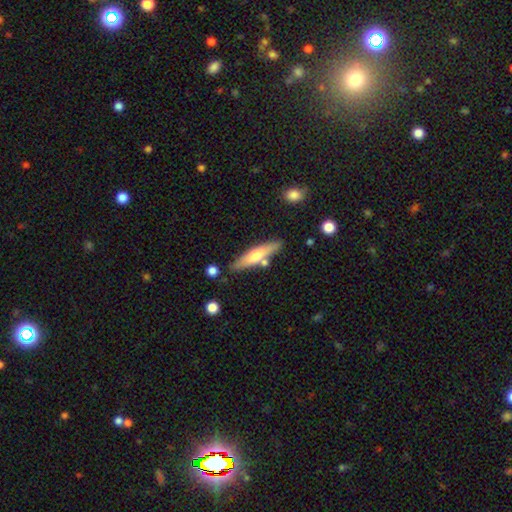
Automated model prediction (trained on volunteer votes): Q: Smooth or featured?
A: smooth (52%); runner-up: featured or disk (43%)
Q: How rounded?
A: cigar-shaped (79%); runner-up: in between (19%)
Q: Merging?
A: none (78%); runner-up: minor disturbance (12%)